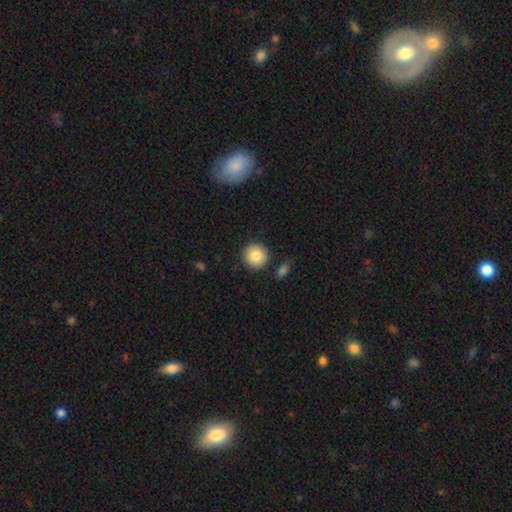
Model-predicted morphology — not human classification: This is clearly a smooth galaxy (84%). How rounded: clearly round (94%). Merging: clearly none (87%).